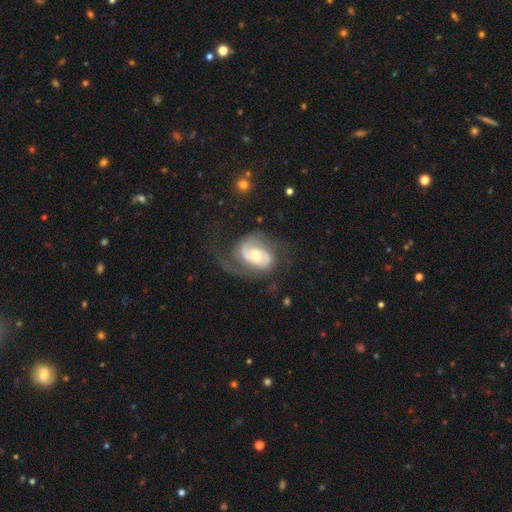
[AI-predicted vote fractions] This appears to be a featured or disk galaxy (85%) with no bar (61%), 2 (69%) medium (42%) spiral arms (94%) and a moderate central bulge (63%). Merging: none (53%).